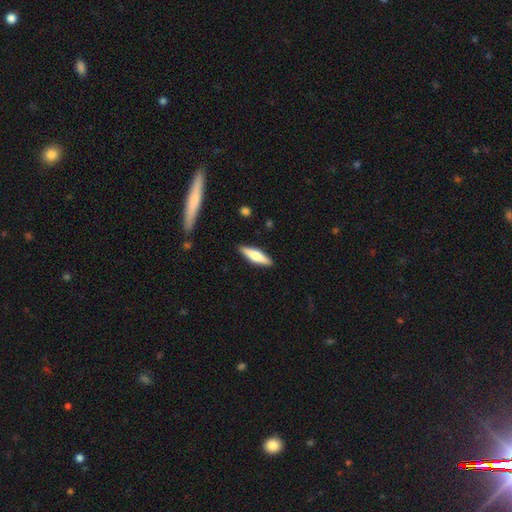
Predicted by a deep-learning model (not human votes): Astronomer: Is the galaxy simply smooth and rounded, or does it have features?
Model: smooth — 59% (runner-up: featured or disk, 35%).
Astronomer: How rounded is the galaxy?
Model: cigar-shaped — 71%.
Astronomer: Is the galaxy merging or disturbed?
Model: none — 89%.